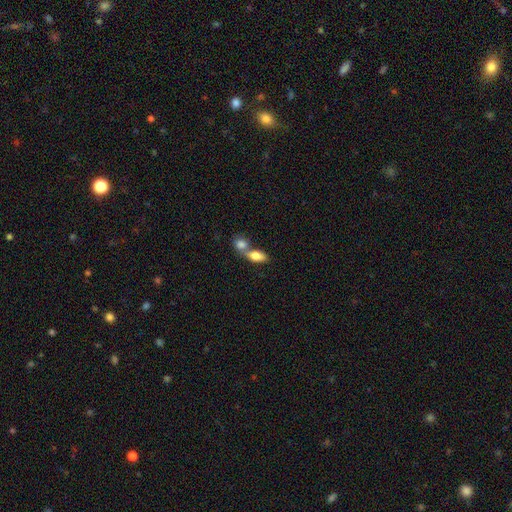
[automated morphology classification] smooth_or_featured: smooth (p=0.78) [alt: featured or disk p=0.15]
how_rounded: in between (p=0.83) [alt: round p=0.09]
merging: merger (p=0.66) [alt: none p=0.25]